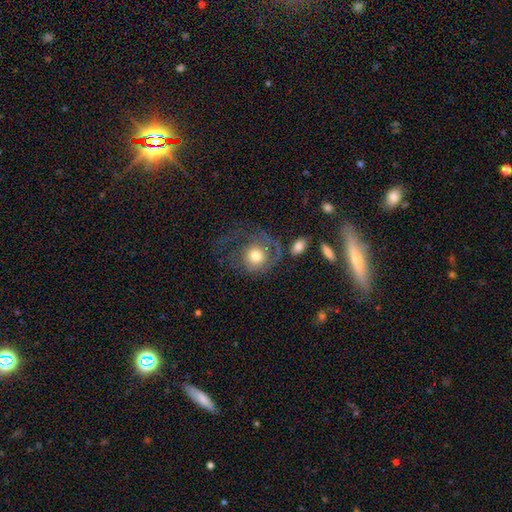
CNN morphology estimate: smooth 47%, featured or disk 45%, star or artifact 8%. Down the decision tree: merging — major disturbance (41%).